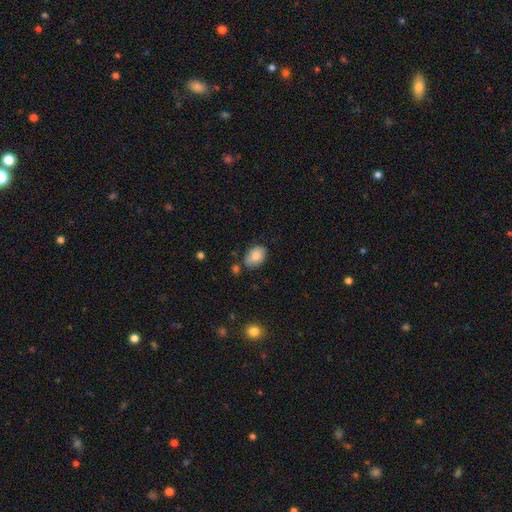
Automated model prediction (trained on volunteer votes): Overall: smooth (84%). How rounded: in between (82%). Merging: none (73%).